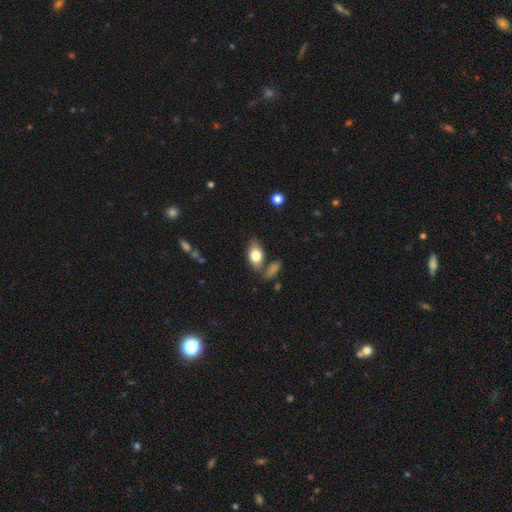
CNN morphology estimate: Smooth or featured? Predicted: smooth (p=0.79). How rounded? Predicted: in between (p=0.89). Merging? Predicted: none (p=0.67).